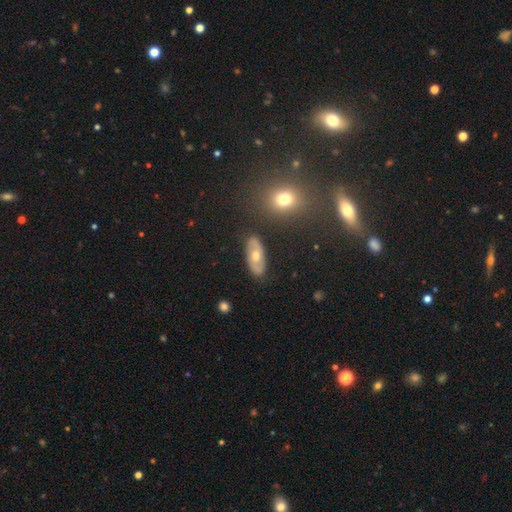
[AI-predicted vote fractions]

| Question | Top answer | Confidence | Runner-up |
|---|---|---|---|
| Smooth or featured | featured or disk | 50% | smooth (42%) |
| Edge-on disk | no | 86% | yes (14%) |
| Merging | none | 84% | minor disturbance (11%) |